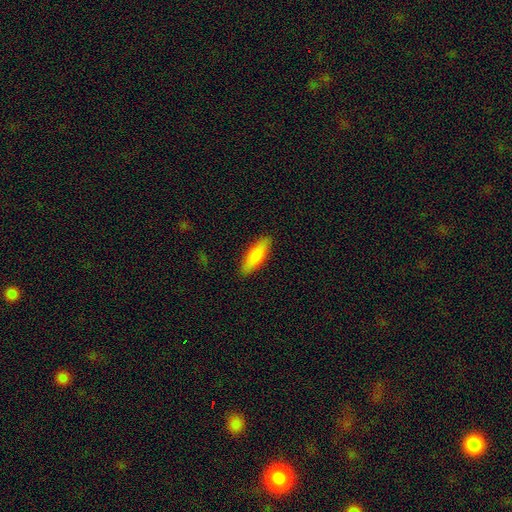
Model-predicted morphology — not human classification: A smooth galaxy with no disk features (85%) that is cigar-shaped (50%). Merging: none (89%).